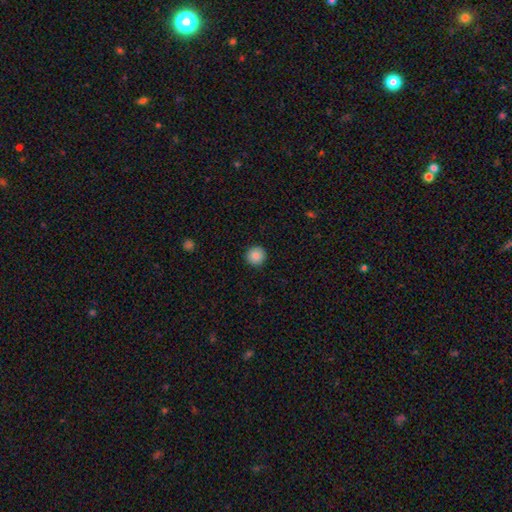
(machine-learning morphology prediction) smooth_or_featured: smooth (p=0.87) [alt: star or artifact p=0.09]
how_rounded: round (p=0.96) [alt: in between p=0.03]
merging: none (p=0.93) [alt: minor disturbance p=0.05]